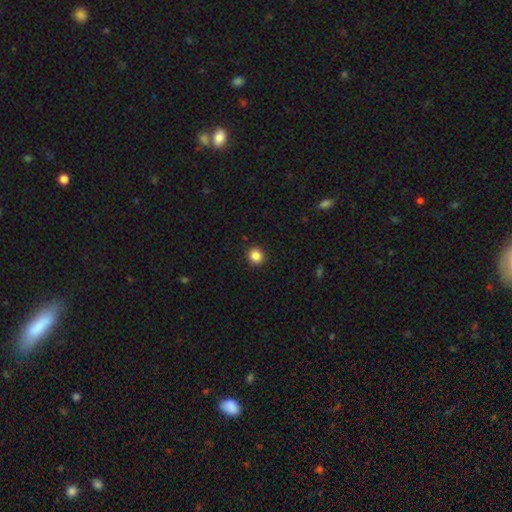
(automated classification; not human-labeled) This is clearly a smooth galaxy (87%). How rounded: clearly round (89%). Merging: clearly none (92%).